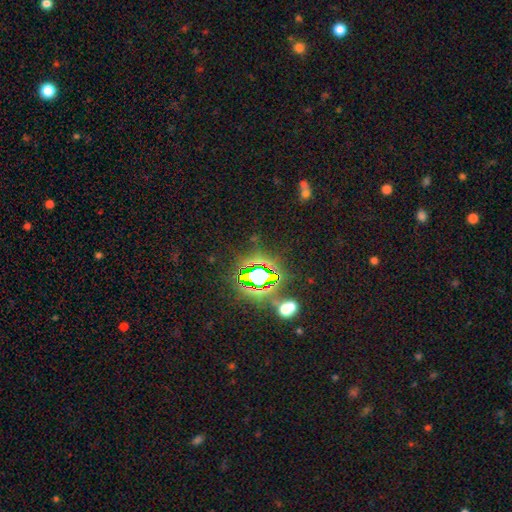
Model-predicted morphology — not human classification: type=star or artifact (80%).